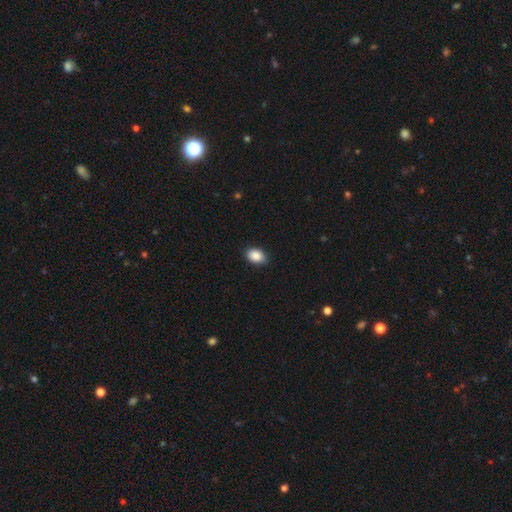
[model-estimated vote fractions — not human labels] smooth_or_featured: smooth (p=0.89) [alt: star or artifact p=0.08]
how_rounded: in between (p=0.79) [alt: round p=0.19]
merging: none (p=0.86) [alt: minor disturbance p=0.11]